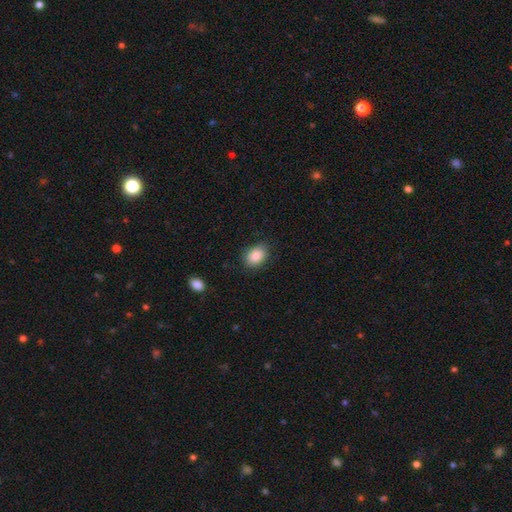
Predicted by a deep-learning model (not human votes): Overall: smooth (86%). How rounded: in between (72%). Merging: none (84%).